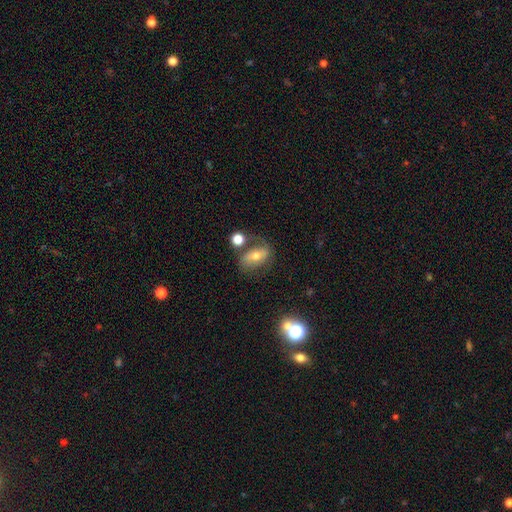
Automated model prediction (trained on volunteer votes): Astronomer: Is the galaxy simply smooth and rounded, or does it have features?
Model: featured or disk — 45% (runner-up: smooth, 42%).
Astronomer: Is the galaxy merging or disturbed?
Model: none — 56%.